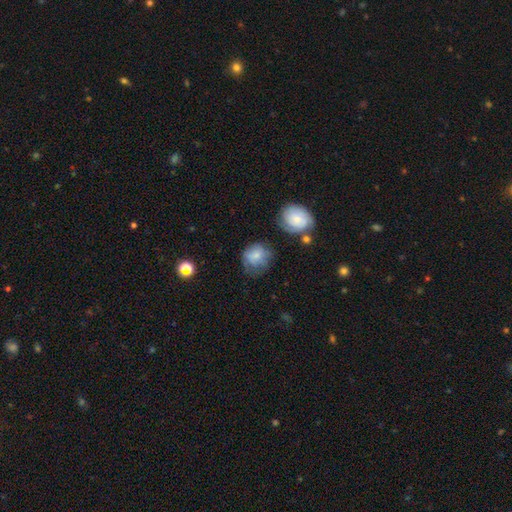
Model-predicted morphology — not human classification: A smooth galaxy with no disk features (78%) that is round (77%).

Vote fractions:
- Smooth or featured? smooth: 78% / featured or disk: 13% / star or artifact: 8%
- How rounded? round: 77% / in between: 22% / cigar-shaped: 1%
- Merging? none: 57% / minor disturbance: 26% / major disturbance: 12% / merger: 4%